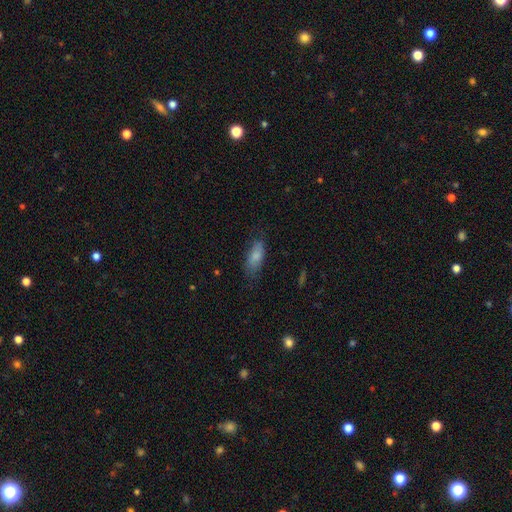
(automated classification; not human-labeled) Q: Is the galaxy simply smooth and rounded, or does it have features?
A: smooth — 81%.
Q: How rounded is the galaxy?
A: in between — 78%.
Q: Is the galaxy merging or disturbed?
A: none — 68%.